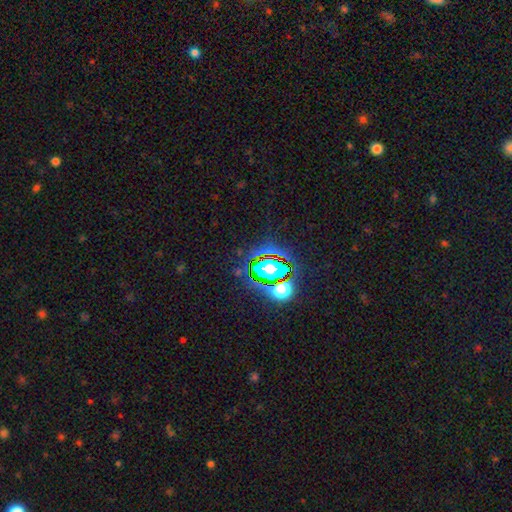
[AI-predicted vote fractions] Q: Smooth or featured?
A: star or artifact (78%); runner-up: smooth (14%)